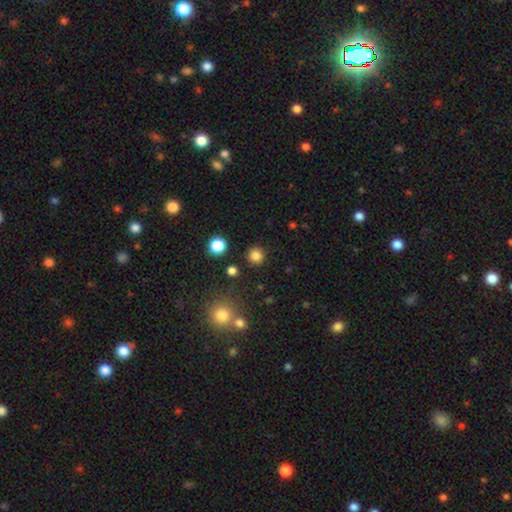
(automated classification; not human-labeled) Smooth or featured? smooth (82%)
How rounded? round (94%)
Merging? none (90%)